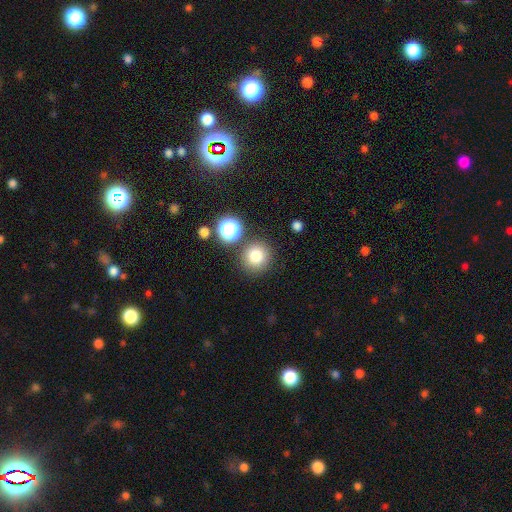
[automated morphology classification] Smooth or featured?
  - smooth: 80% *
  - star or artifact: 13%
  - featured or disk: 7%
How rounded?
  - round: 92% *
  - in between: 7%
  - cigar-shaped: 1%
Merging?
  - none: 82% *
  - minor disturbance: 8%
  - merger: 6%
  - major disturbance: 3%